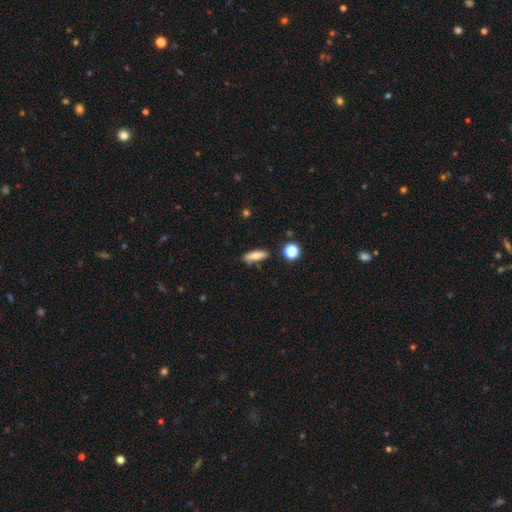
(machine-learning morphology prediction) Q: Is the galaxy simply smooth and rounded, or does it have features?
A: smooth — 76%.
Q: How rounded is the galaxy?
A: cigar-shaped — 50%.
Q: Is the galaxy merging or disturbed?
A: none — 79%.